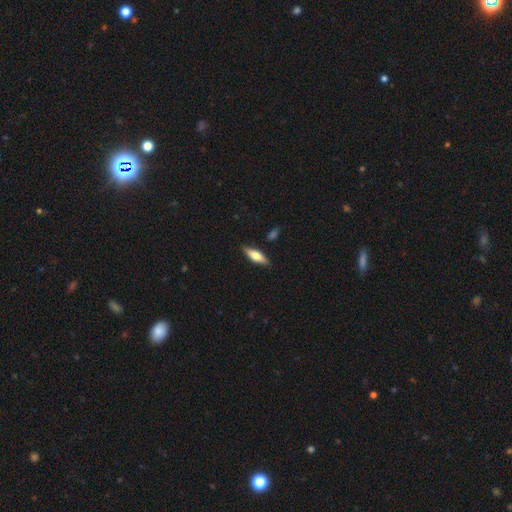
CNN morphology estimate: Q: Smooth or featured?
A: smooth (53%); runner-up: featured or disk (41%)
Q: How rounded?
A: in between (51%); runner-up: cigar-shaped (47%)
Q: Merging?
A: none (87%); runner-up: minor disturbance (10%)